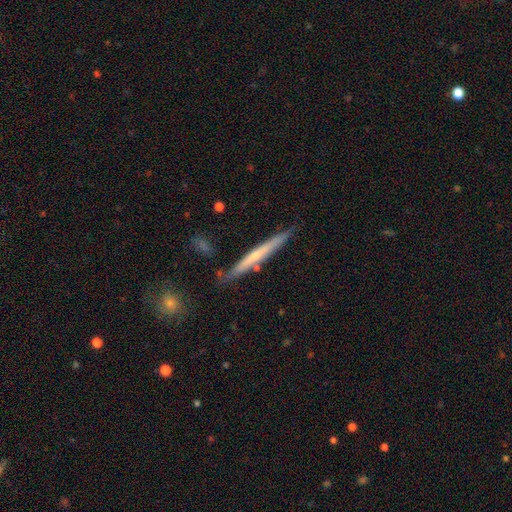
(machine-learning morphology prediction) Smooth or featured? featured or disk (51%)
Edge-on disk? yes (95%)
Merging? none (83%)